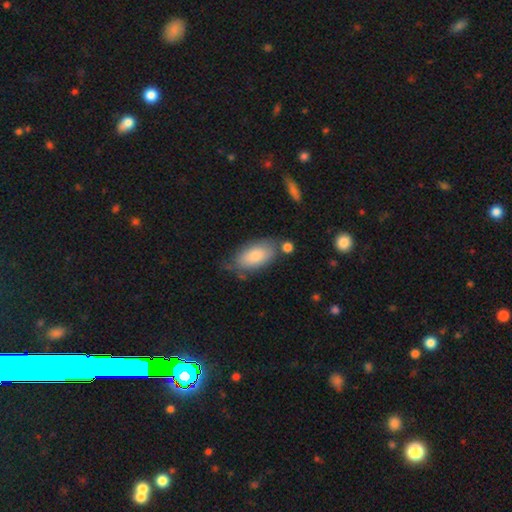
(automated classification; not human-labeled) Overall: smooth (79%). How rounded: in between (92%). Merging: none (67%).